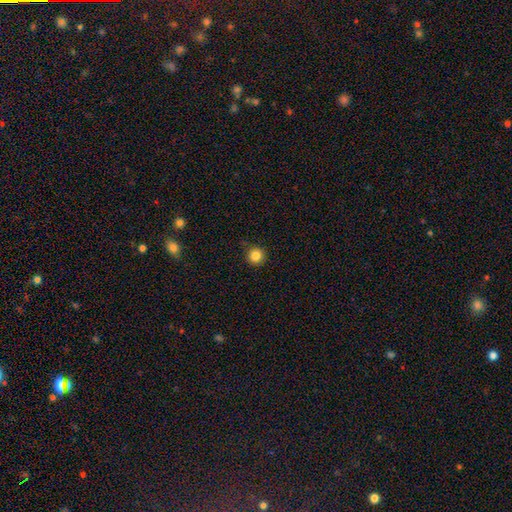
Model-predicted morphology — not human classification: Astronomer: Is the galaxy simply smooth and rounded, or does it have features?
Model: smooth — 84%.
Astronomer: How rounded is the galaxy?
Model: round — 95%.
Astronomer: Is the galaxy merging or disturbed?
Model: none — 86%.